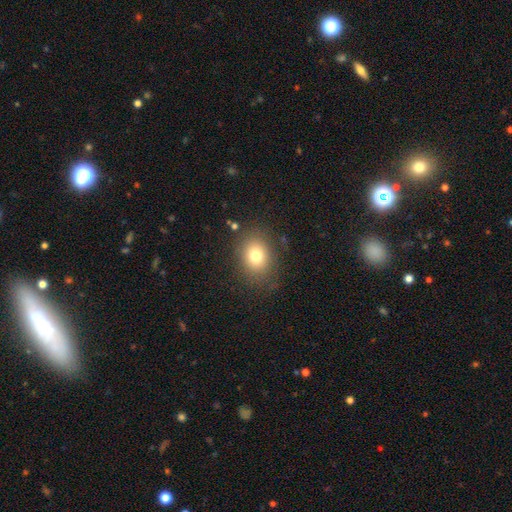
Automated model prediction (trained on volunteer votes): This is likely a smooth galaxy (72%). How rounded: possibly in between (51%). Merging: clearly none (85%).